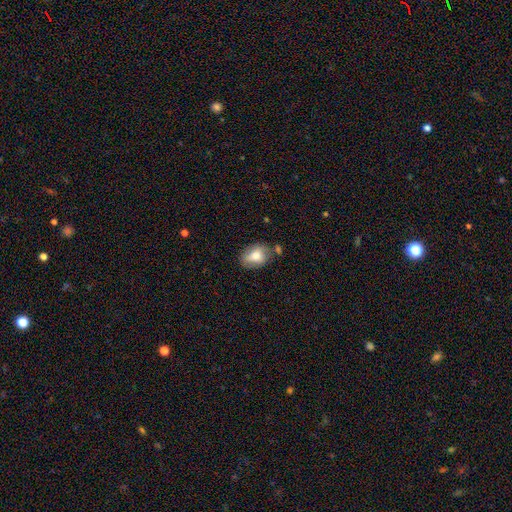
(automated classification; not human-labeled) Smooth or featured? Predicted: smooth (p=0.73). How rounded? Predicted: in between (p=0.82). Merging? Predicted: none (p=0.63).